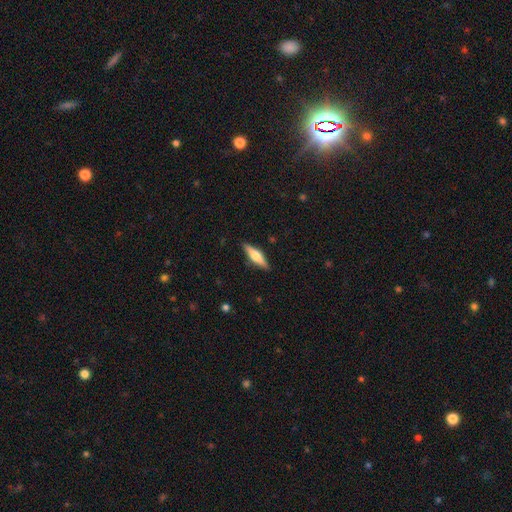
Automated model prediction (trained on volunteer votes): This appears to be a featured or disk galaxy (52%) viewed edge-on (95%). Merging: none (89%).